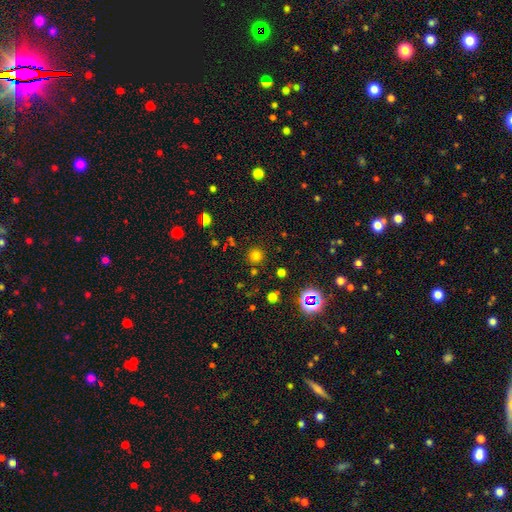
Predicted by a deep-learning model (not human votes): Q: Smooth or featured?
A: smooth (73%); runner-up: star or artifact (21%)
Q: How rounded?
A: round (95%); runner-up: in between (4%)
Q: Merging?
A: none (87%); runner-up: minor disturbance (7%)